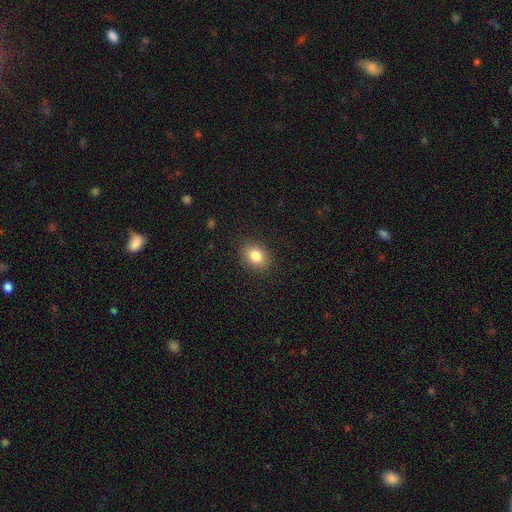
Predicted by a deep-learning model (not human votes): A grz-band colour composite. It shows a smooth galaxy with no disk features (83%) that is in between round and cigar-shaped (64%). Merging: none (88%).